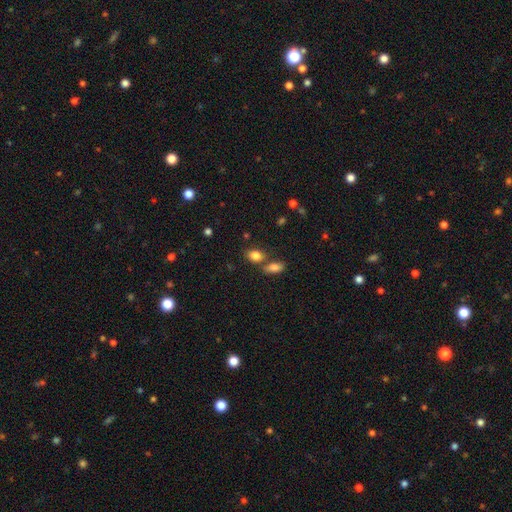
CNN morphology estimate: Smooth or featured? smooth (84%)
How rounded? in between (78%)
Merging? none (59%)